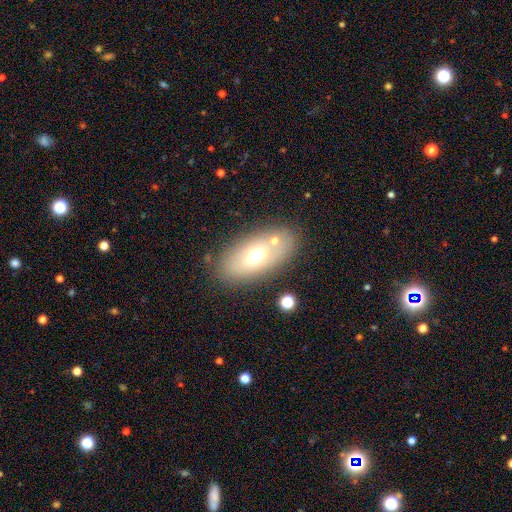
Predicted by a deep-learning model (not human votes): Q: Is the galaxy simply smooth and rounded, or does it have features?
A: smooth — 61%.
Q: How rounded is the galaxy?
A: in between — 89%.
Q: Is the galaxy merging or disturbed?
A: none — 76%.